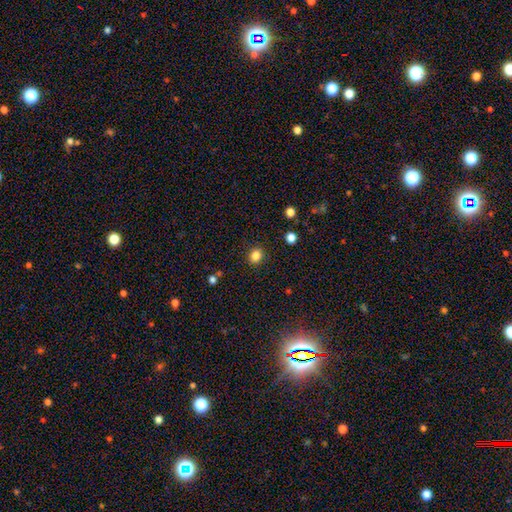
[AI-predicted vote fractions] The model was most divided on "how rounded": round: 70%, in between: 29%, cigar-shaped: 1%. More confident: merging — none (89%); smooth or featured — smooth (84%).